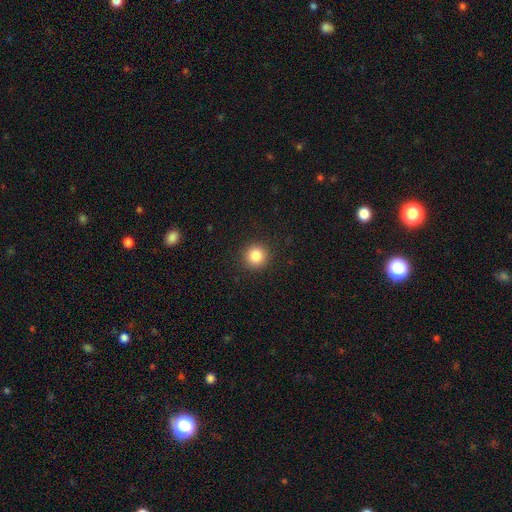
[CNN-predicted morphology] smooth 85%, star or artifact 10%, featured or disk 5%. Down the decision tree: how rounded — round (95%); merging — none (92%).